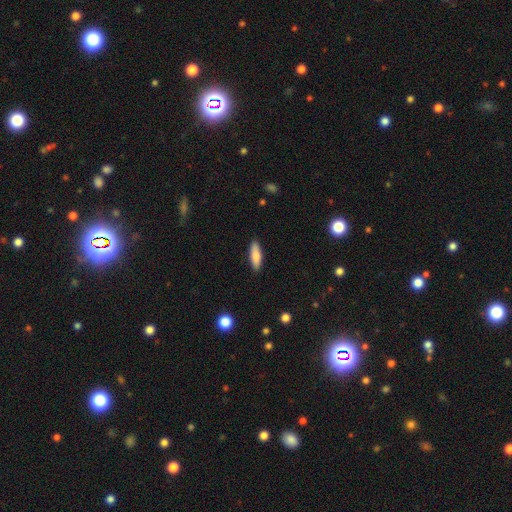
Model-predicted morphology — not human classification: The model was most divided on "how rounded": cigar-shaped: 54%, in between: 45%, round: 2%. More confident: merging — none (89%); smooth or featured — smooth (81%).